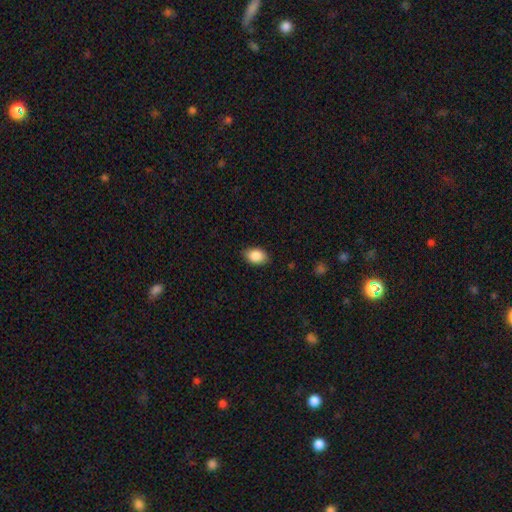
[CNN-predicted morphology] Smooth or featured: smooth — 88% (star or artifact — 7%)
How rounded: in between — 84% (round — 14%)
Merging: none — 85% (minor disturbance — 11%)